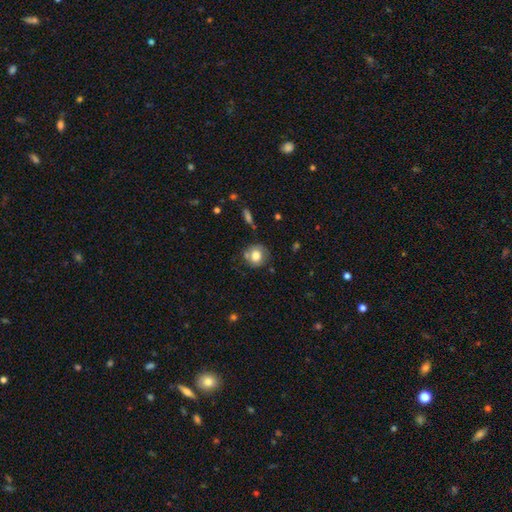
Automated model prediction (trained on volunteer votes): smooth_or_featured: smooth (p=0.73) [alt: featured or disk p=0.18]
how_rounded: round (p=0.83) [alt: in between p=0.16]
merging: none (p=0.68) [alt: minor disturbance p=0.18]